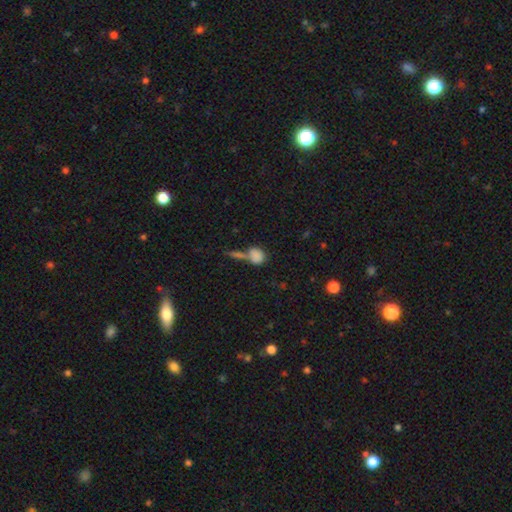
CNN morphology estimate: type=smooth (80%); roundness=round (51%); merging=merger (46%).